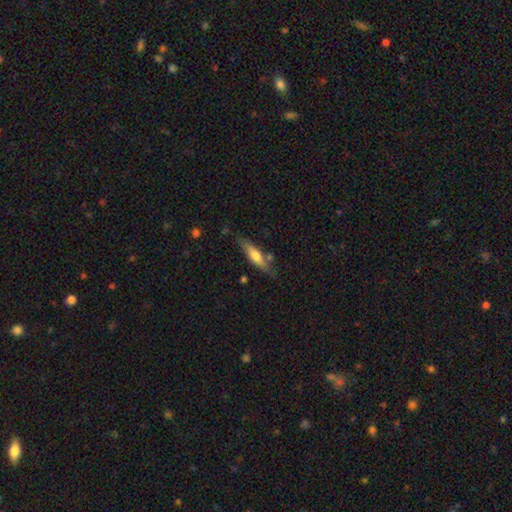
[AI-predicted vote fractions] This is possibly a smooth galaxy (51%). How rounded: likely cigar-shaped (72%). Merging: likely none (75%).